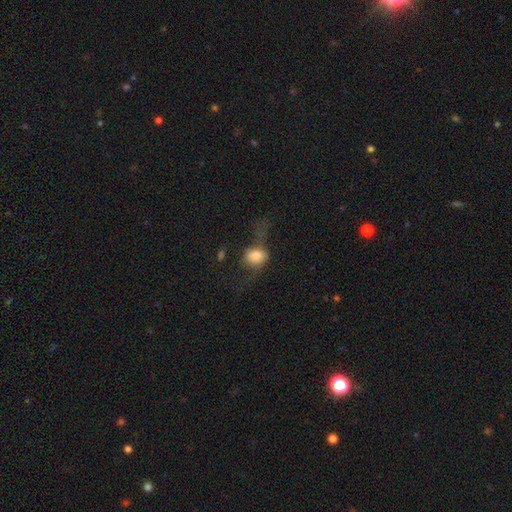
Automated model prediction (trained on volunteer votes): Smooth or featured: smooth — 66% (featured or disk — 24%)
How rounded: in between — 56% (round — 41%)
Merging: major disturbance — 45% (none — 29%)